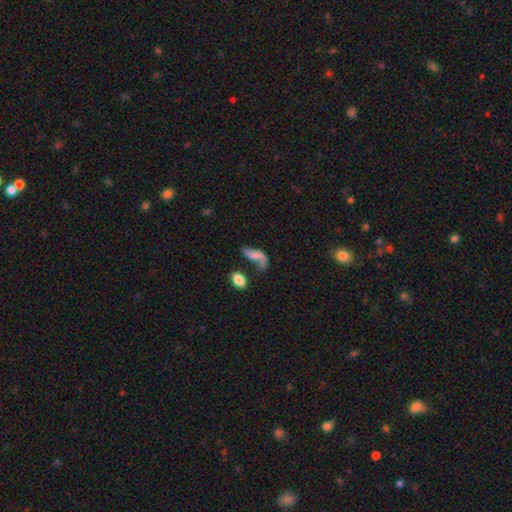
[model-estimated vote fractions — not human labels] Smooth or featured?
  - smooth: 44% * (tied)
  - featured or disk: 44% * (tied)
  - star or artifact: 12%
Merging?
  - none: 31% *
  - major disturbance: 30%
  - minor disturbance: 20%
  - merger: 19%